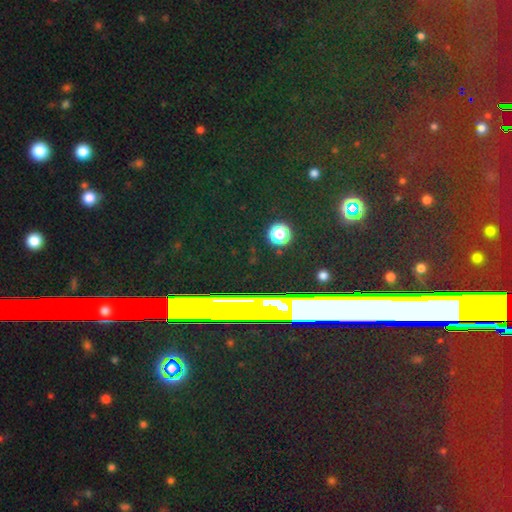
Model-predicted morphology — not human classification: This is likely a star or artifact rather than a galaxy (80%).